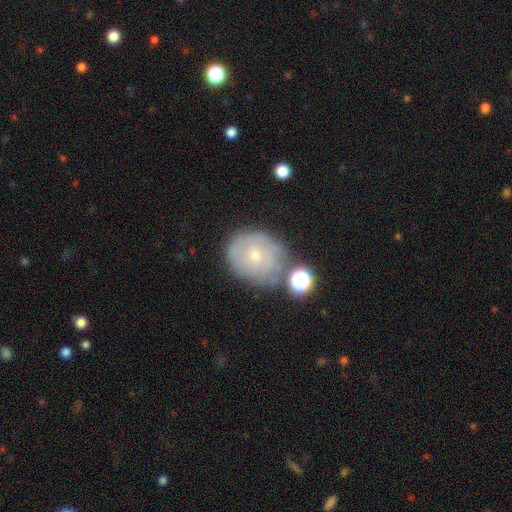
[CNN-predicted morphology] smooth-or-featured: featured or disk: 46% | smooth: 43% | star or artifact: 11%
  merging: none: 59% | minor disturbance: 21% | merger: 11% | major disturbance: 8%